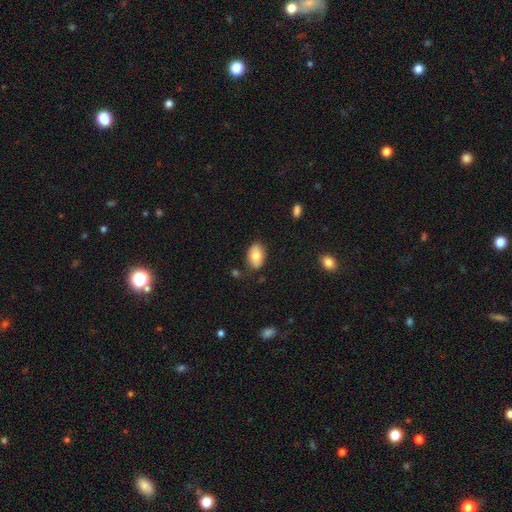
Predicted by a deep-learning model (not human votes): Smooth or featured?
  - smooth: 76% *
  - featured or disk: 17%
  - star or artifact: 7%
How rounded?
  - in between: 90% *
  - round: 8%
  - cigar-shaped: 1%
Merging?
  - none: 80% *
  - minor disturbance: 15%
  - major disturbance: 3%
  - merger: 2%